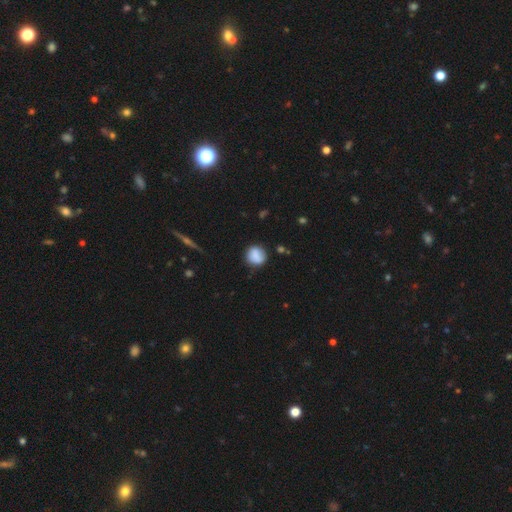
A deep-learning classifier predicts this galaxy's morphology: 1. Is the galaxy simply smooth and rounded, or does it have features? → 84% smooth, 9% star or artifact, 7% featured or disk.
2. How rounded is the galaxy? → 82% round, 16% in between, 1% cigar-shaped.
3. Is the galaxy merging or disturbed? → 76% none, 17% minor disturbance, 4% major disturbance, 2% merger.